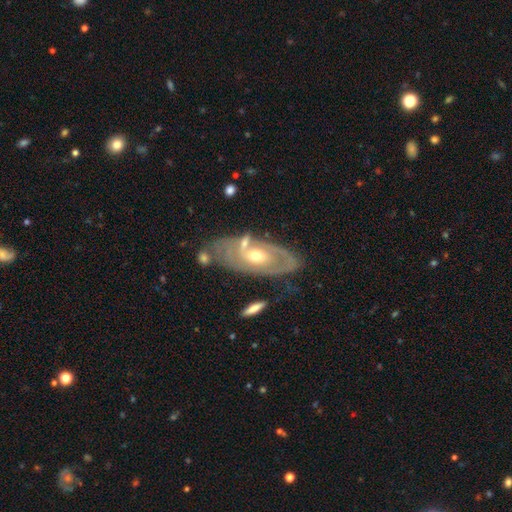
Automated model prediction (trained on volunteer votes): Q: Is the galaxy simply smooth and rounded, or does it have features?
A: featured or disk — 79%.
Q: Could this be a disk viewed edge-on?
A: no — 91%.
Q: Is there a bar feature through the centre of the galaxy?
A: no — 71%.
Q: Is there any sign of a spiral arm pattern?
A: yes — 79%.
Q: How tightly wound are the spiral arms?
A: tight — 61%.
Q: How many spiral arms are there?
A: can't tell — 39%, tied with 2.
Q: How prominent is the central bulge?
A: moderate — 64%.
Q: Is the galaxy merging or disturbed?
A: none — 58%.